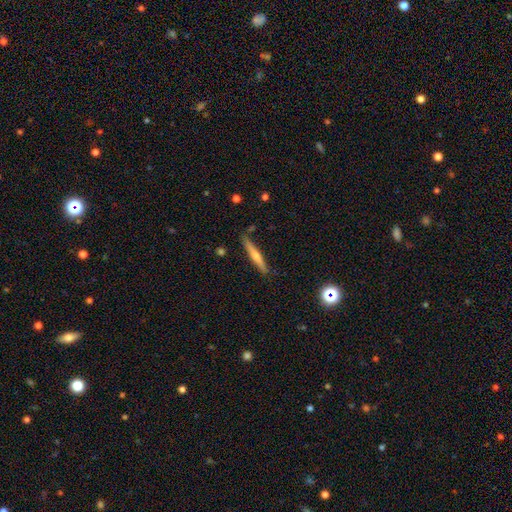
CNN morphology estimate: This is possibly a featured or disk galaxy (58%). It is clearly viewed edge-on (97%). Edge-on bulge: likely rounded (76%). Merging: clearly none (86%).